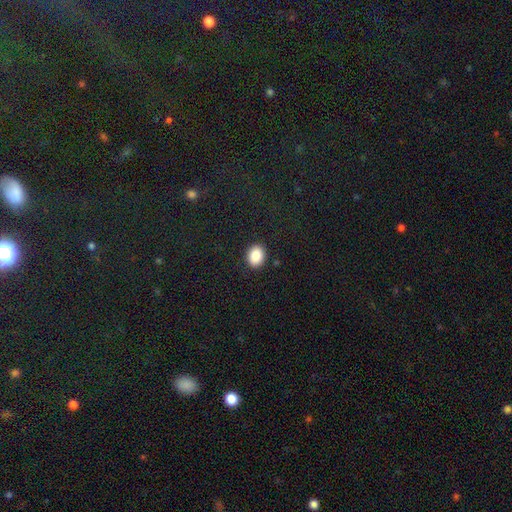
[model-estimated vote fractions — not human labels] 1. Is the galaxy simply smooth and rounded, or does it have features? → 88% smooth, 8% star or artifact, 4% featured or disk.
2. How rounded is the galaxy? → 57% in between, 42% round, 1% cigar-shaped.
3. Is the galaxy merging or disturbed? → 90% none, 7% minor disturbance, 2% major disturbance, 1% merger.